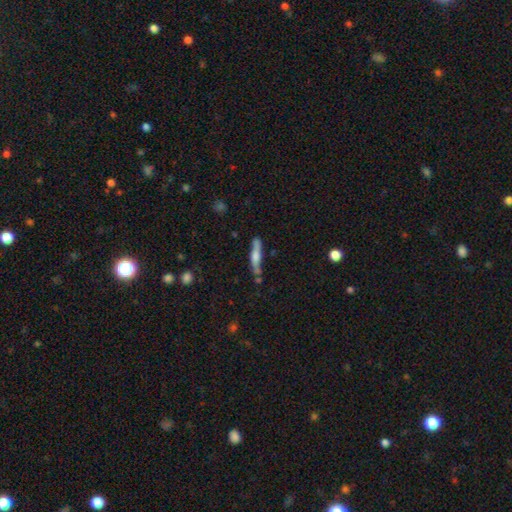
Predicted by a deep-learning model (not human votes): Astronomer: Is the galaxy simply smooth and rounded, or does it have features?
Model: featured or disk — 47%, tied with smooth at 47%.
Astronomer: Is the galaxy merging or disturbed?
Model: none — 68%.